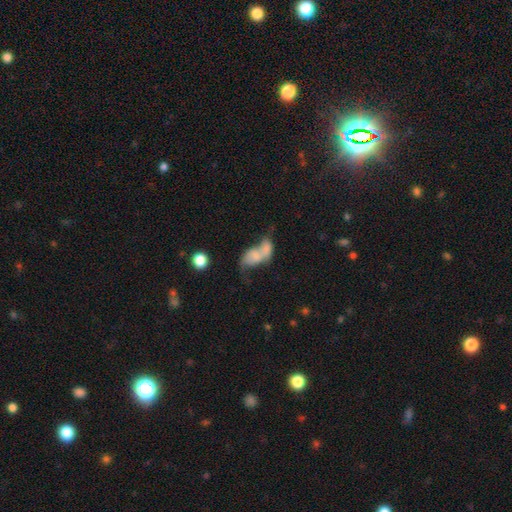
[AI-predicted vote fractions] smooth 53%, featured or disk 37%, star or artifact 10%. Down the decision tree: how rounded — in between (85%); merging — merger (66%).